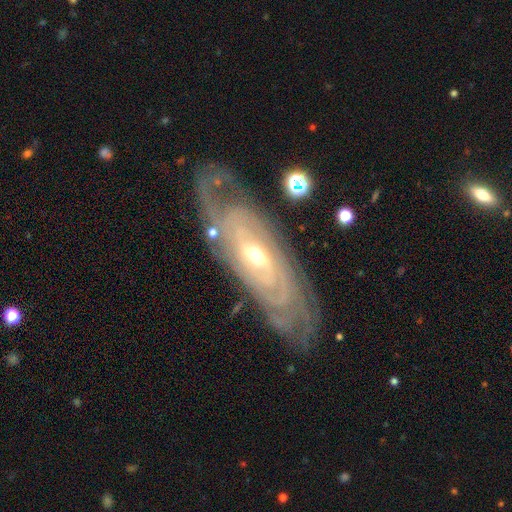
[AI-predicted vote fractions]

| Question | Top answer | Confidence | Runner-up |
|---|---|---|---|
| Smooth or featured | featured or disk | 86% | smooth (9%) |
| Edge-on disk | no | 87% | yes (13%) |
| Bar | no | 50% | weak (34%) |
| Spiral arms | yes | 91% | no (9%) |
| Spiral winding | tight | 72% | medium (21%) |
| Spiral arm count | can't tell | 44% | 2 (25%) |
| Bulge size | moderate | 54% | small (41%) |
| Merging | none | 70% | minor disturbance (19%) |